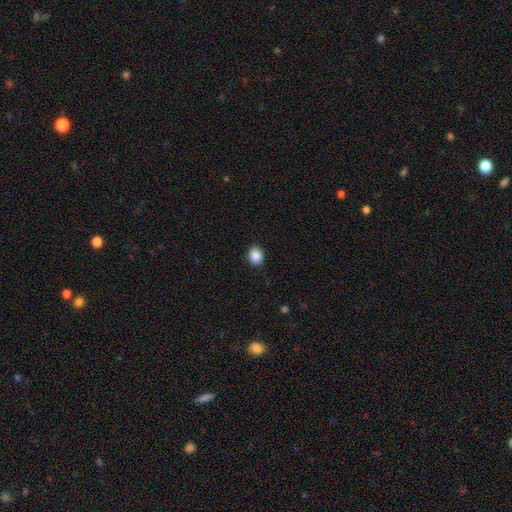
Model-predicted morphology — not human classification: Overall: smooth (88%). How rounded: round (58%; in between 41%). Merging: none (89%).